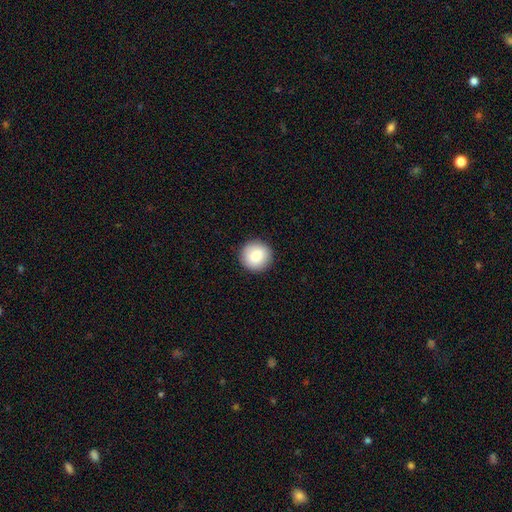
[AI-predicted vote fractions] The model was most divided on "smooth or featured": smooth: 83%, featured or disk: 9%, star or artifact: 8%. More confident: how rounded — round (95%); merging — none (92%).